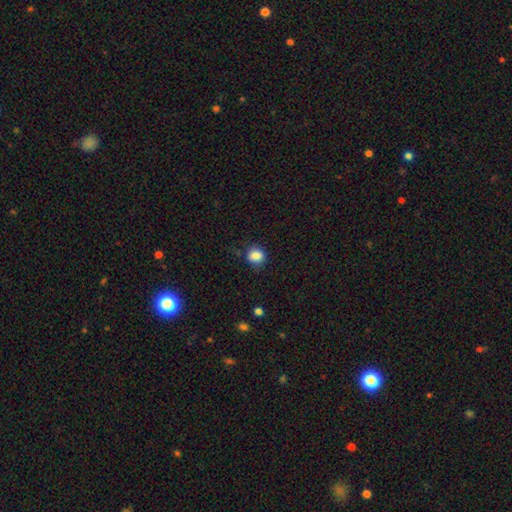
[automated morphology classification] A smooth galaxy with no disk features (86%) that is round (73%). Merging: none (79%).